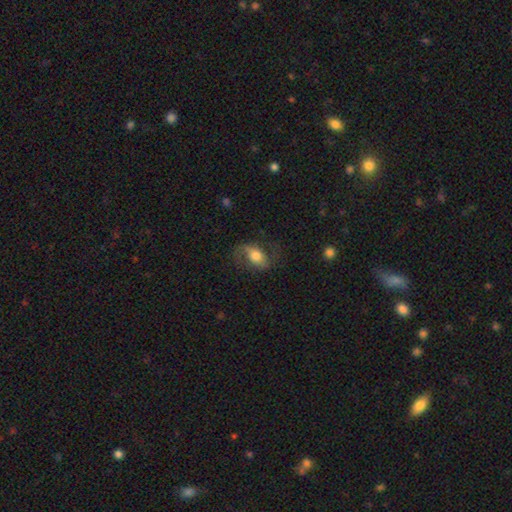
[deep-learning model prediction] smooth_or_featured: featured or disk (p=0.53) [alt: smooth p=0.39]
disk_edge_on: no (p=0.91) [alt: yes p=0.09]
merging: none (p=0.64) [alt: minor disturbance p=0.19]